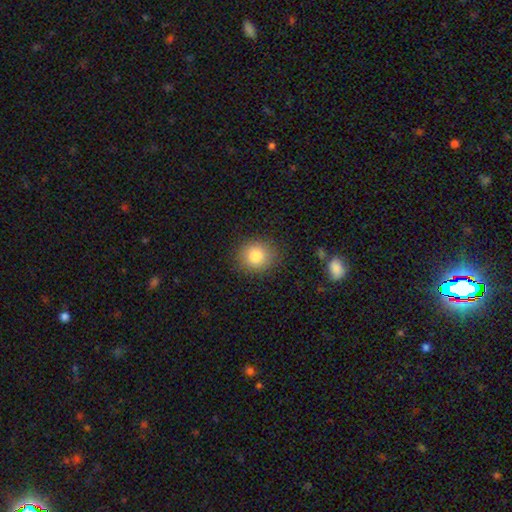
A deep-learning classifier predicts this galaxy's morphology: smooth_or_featured: smooth (p=0.83) [alt: star or artifact p=0.10]
how_rounded: round (p=0.84) [alt: in between p=0.15]
merging: none (p=0.87) [alt: minor disturbance p=0.09]